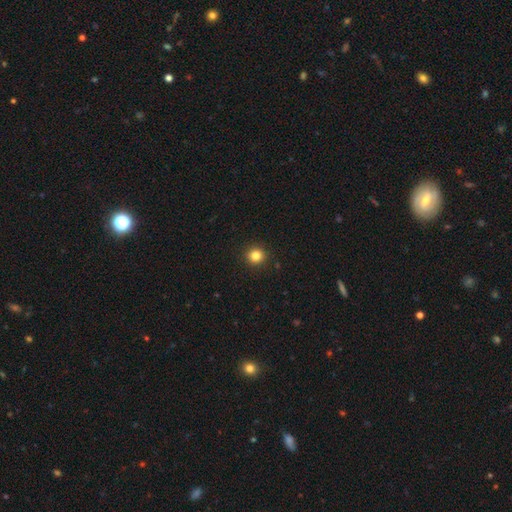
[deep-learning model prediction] Smooth or featured? Predicted: smooth (p=0.83). How rounded? Predicted: round (p=0.93). Merging? Predicted: none (p=0.93).